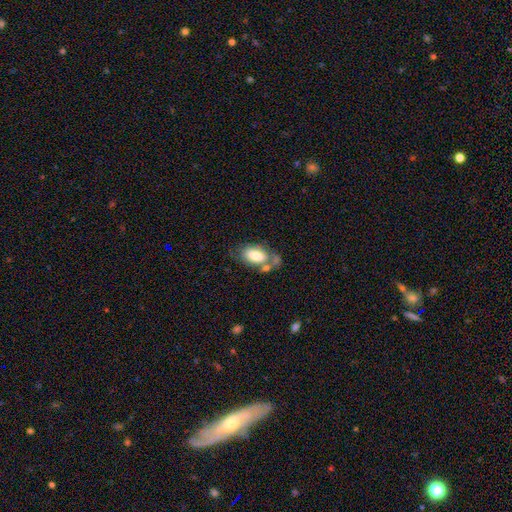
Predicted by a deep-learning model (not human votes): A smooth galaxy with no disk features (74%) that is in between round and cigar-shaped (92%). Merging: none (40%).